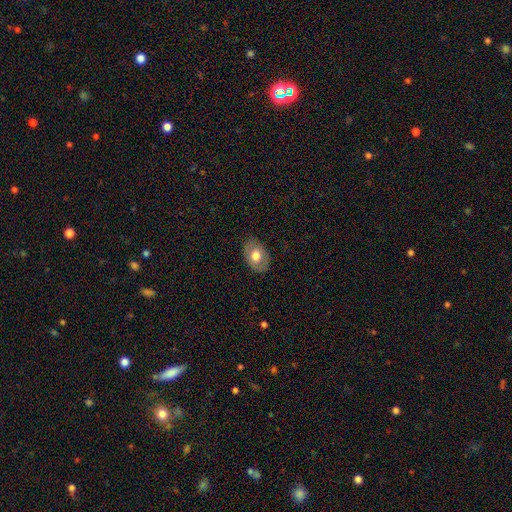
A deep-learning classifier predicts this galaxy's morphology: This appears to be a smooth galaxy with no disk features (68%) that is in between round and cigar-shaped (81%). Merging: none (84%).